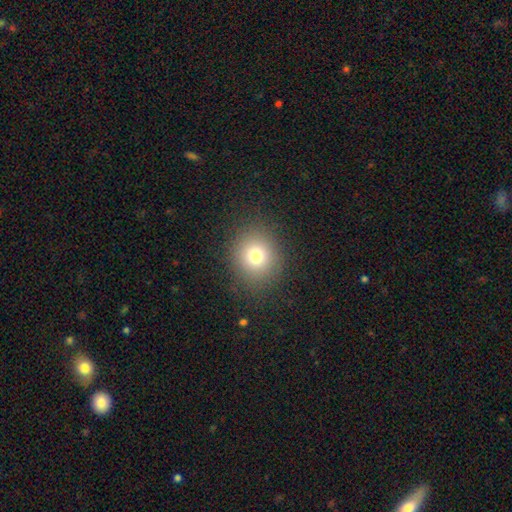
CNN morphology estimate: Smooth or featured? smooth (76%)
How rounded? round (80%)
Merging? none (87%)